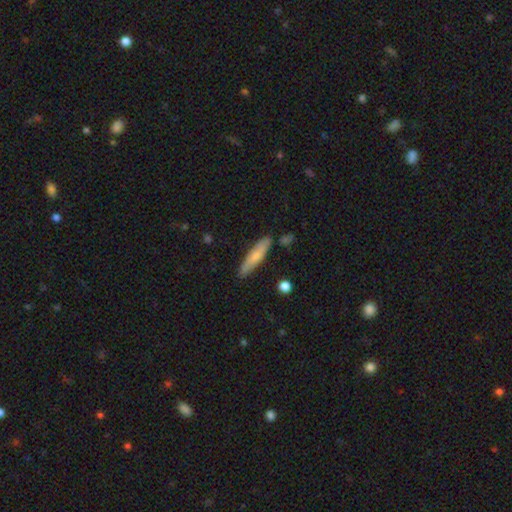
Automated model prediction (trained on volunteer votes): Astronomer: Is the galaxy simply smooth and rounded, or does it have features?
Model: smooth — 69%.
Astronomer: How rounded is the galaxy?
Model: cigar-shaped — 83%.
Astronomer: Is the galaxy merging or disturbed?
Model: none — 83%.